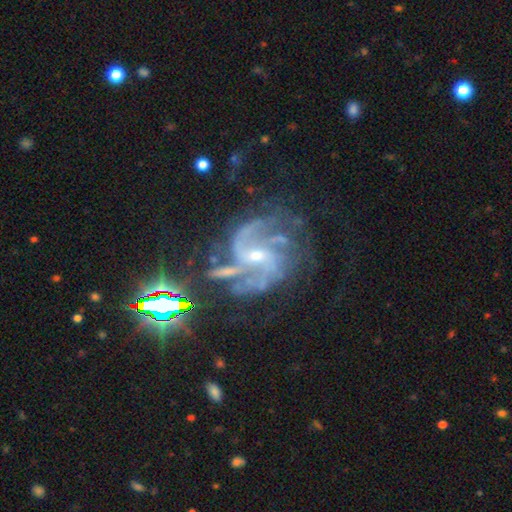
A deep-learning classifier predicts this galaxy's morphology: Smooth or featured?
  - featured or disk: 87% *
  - star or artifact: 10%
  - smooth: 3%
Edge-on disk?
  - no: 98% *
  - yes: 2%
Bar?
  - weak: 41% *
  - no: 39%
  - strong: 19%
Spiral arms?
  - yes: 98% *
  - no: 2%
Spiral winding?
  - medium: 55% *
  - loose: 25%
  - tight: 21%
Spiral arm count?
  - 2: 43% *
  - 3: 23%
  - can't tell: 13%
  - 4: 9%
  - more than 4: 6%
  - 1: 6%
Bulge size?
  - small: 69% *
  - moderate: 27%
  - none: 2%
  - large: 1%
  - dominant: 1%
Merging?
  - none: 55% *
  - minor disturbance: 20%
  - major disturbance: 19%
  - merger: 6%